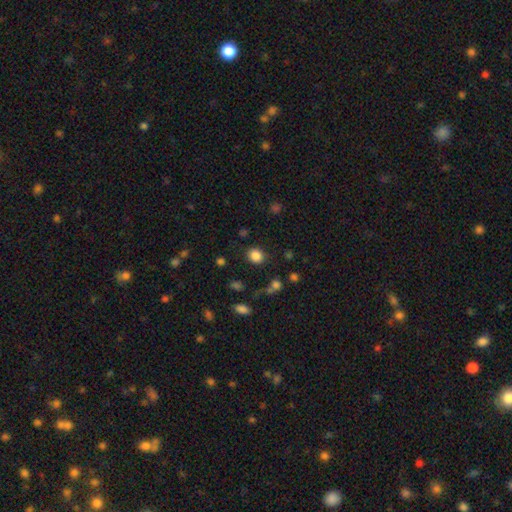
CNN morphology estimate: A smooth galaxy with no disk features (84%) that is round (69%). Merging: none (84%).